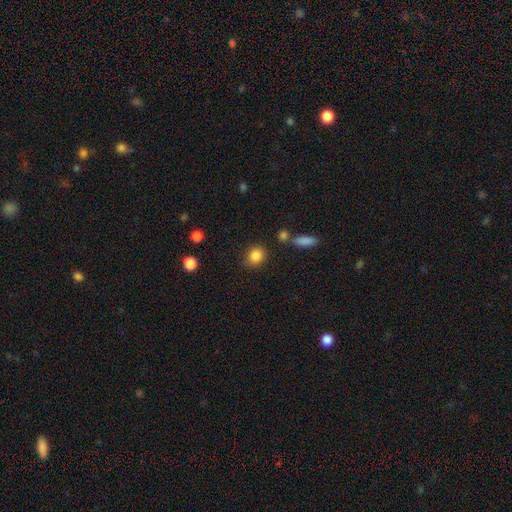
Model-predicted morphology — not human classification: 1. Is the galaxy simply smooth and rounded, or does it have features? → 85% smooth, 10% star or artifact, 5% featured or disk.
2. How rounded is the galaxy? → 67% round, 32% in between, 1% cigar-shaped.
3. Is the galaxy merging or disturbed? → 81% none, 11% minor disturbance, 5% merger, 3% major disturbance.